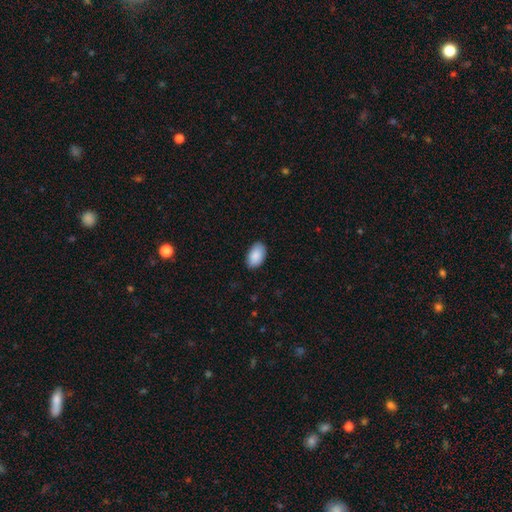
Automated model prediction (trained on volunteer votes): smooth 90%, star or artifact 6%, featured or disk 4%. Down the decision tree: how rounded — in between (94%); merging — none (86%).